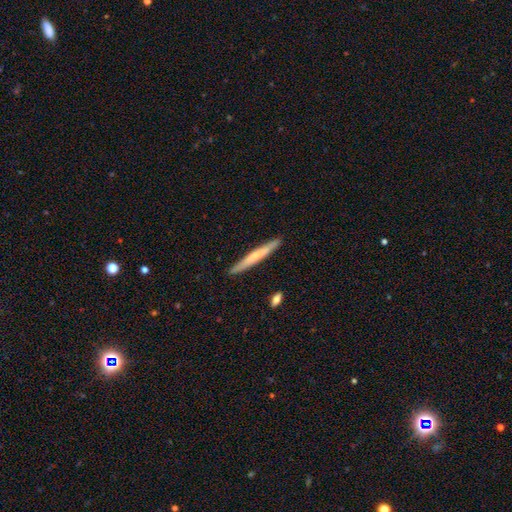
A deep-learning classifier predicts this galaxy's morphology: Smooth or featured? Predicted: smooth (p=0.56). How rounded? Predicted: cigar-shaped (p=0.97). Merging? Predicted: none (p=0.90).